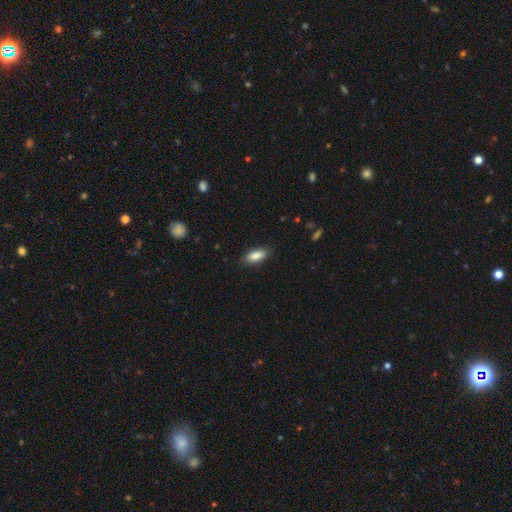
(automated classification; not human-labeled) This is clearly a smooth galaxy (86%). How rounded: clearly in between (81%). Merging: clearly none (87%).